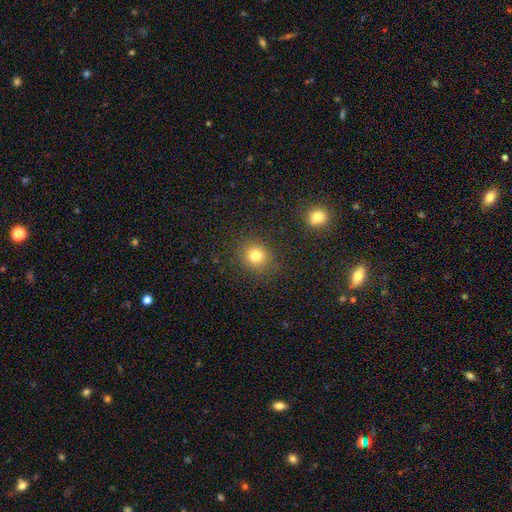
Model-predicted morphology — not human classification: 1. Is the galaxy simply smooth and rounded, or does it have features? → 78% smooth, 15% star or artifact, 7% featured or disk.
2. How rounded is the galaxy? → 84% round, 15% in between, 1% cigar-shaped.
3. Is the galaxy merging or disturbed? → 86% none, 8% minor disturbance, 3% major disturbance, 2% merger.